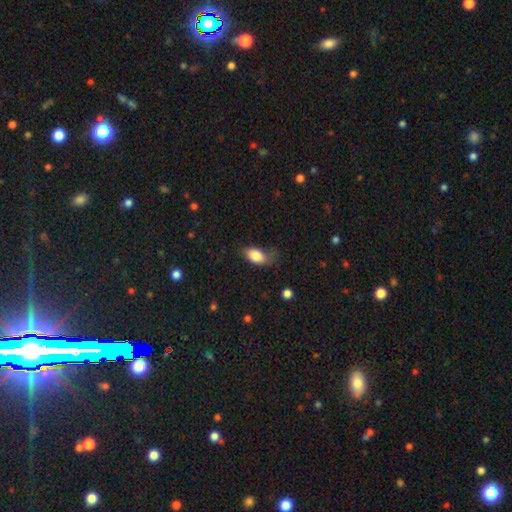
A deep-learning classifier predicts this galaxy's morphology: smooth_or_featured: smooth (p=0.84) [alt: featured or disk p=0.09]
how_rounded: in between (p=0.90) [alt: round p=0.07]
merging: none (p=0.49) [alt: minor disturbance p=0.34]